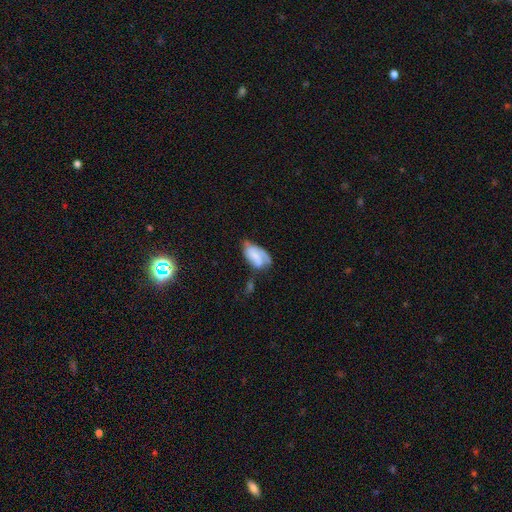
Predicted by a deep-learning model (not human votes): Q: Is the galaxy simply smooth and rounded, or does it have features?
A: smooth — 50%.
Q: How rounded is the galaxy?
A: in between — 91%.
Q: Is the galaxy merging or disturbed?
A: none — 32%.